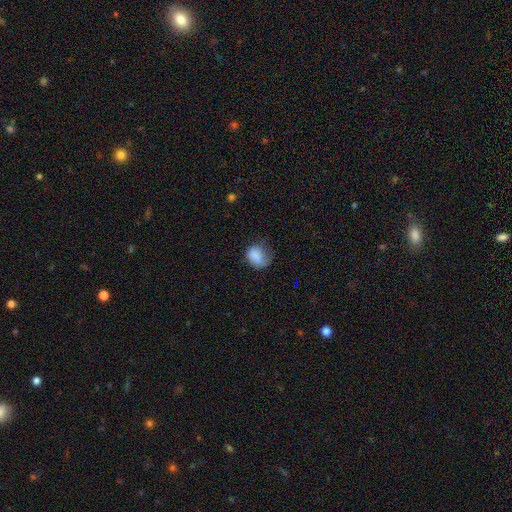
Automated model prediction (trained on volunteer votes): A smooth galaxy with no disk features (79%) that is round (53%).

Vote fractions:
- Smooth or featured? smooth: 79% / featured or disk: 13% / star or artifact: 8%
- How rounded? round: 53% / in between: 46% / cigar-shaped: 1%
- Merging? none: 38% / minor disturbance: 34% / major disturbance: 26% / merger: 2%